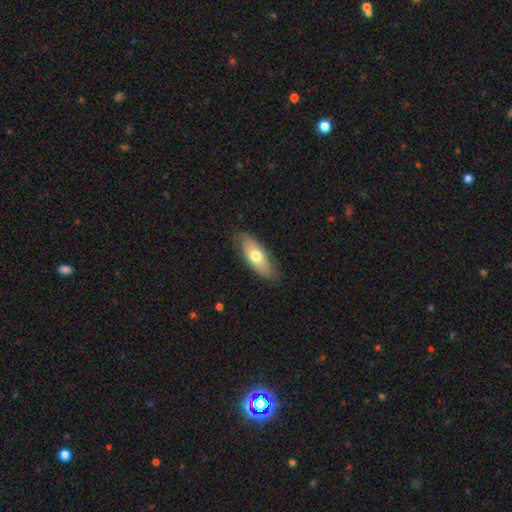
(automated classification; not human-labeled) smooth 63%, featured or disk 32%, star or artifact 6%. Down the decision tree: how rounded — in between (78%); merging — none (79%).